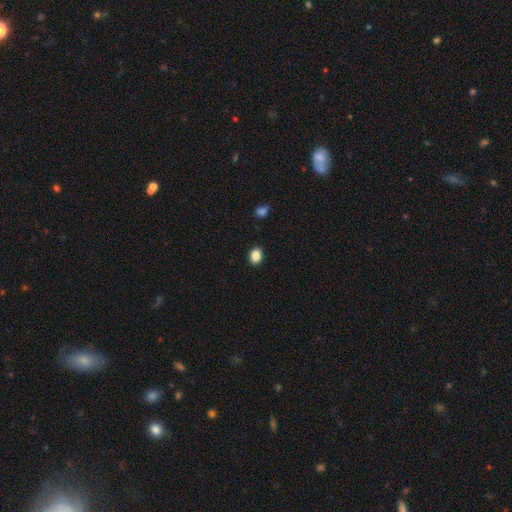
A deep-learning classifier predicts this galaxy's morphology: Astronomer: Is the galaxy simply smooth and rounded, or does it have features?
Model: smooth — 87%.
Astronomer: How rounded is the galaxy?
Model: in between — 62% (runner-up: round, 37%).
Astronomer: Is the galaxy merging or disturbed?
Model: none — 91%.